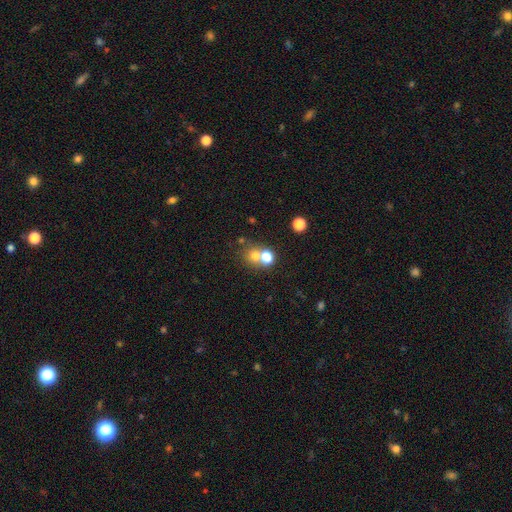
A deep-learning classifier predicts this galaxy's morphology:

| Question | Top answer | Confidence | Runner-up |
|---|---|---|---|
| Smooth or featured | smooth | 70% | star or artifact (17%) |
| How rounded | round | 76% | in between (23%) |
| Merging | merger | 46% | none (43%) |